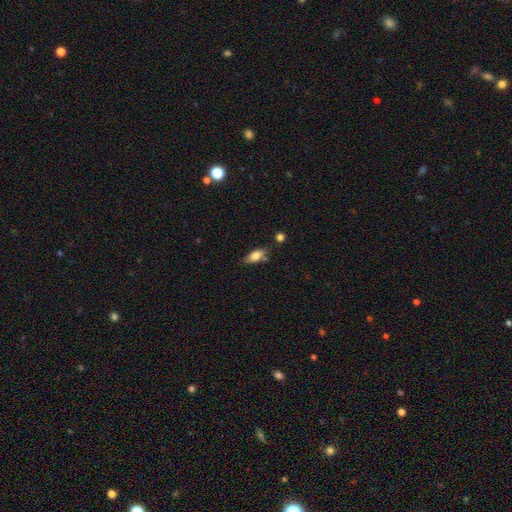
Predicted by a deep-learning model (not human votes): Smooth or featured?
  - smooth: 78% *
  - featured or disk: 14%
  - star or artifact: 8%
How rounded?
  - in between: 83% *
  - cigar-shaped: 13%
  - round: 4%
Merging?
  - none: 68% *
  - minor disturbance: 20%
  - merger: 7%
  - major disturbance: 4%